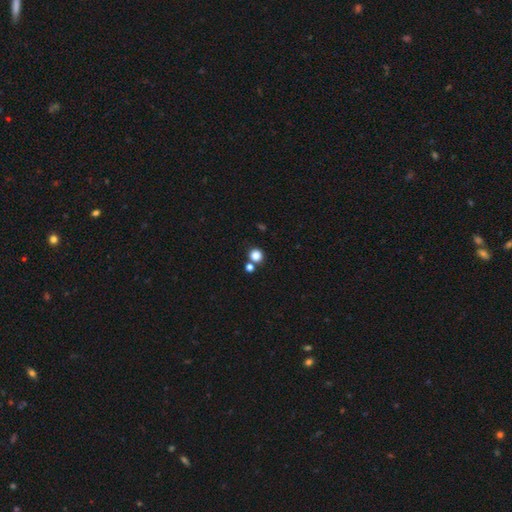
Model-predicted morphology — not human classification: Overall: smooth (82%). How rounded: round (90%). Merging: none (71%).